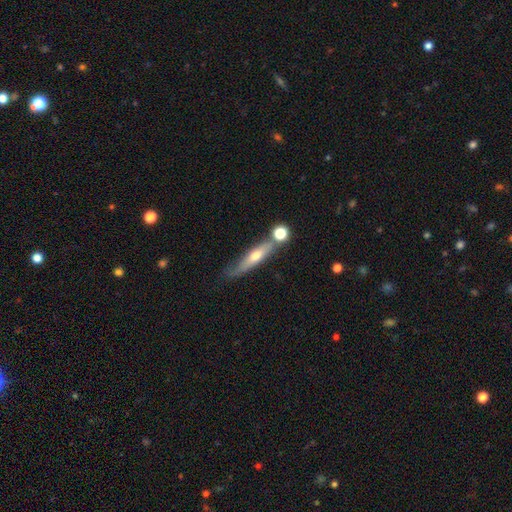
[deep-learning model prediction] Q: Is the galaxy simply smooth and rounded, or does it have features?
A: featured or disk — 50%.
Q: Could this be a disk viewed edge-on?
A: yes — 80%.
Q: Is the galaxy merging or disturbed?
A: none — 58%.